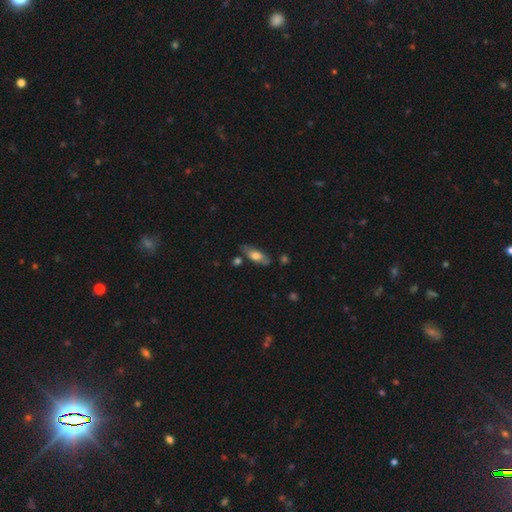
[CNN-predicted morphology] Q: Smooth or featured?
A: smooth (64%); runner-up: featured or disk (29%)
Q: How rounded?
A: in between (73%); runner-up: cigar-shaped (24%)
Q: Merging?
A: none (69%); runner-up: minor disturbance (19%)